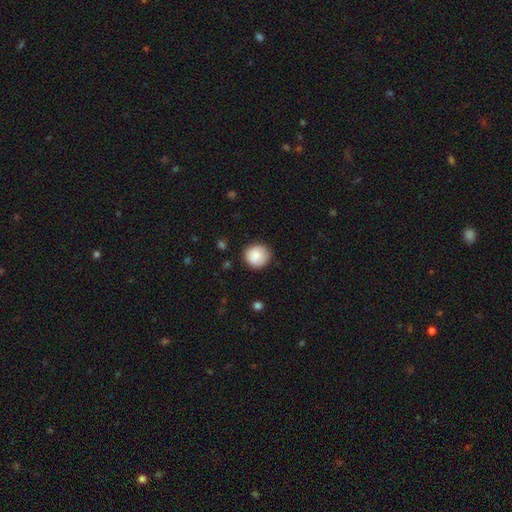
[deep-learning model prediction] smooth-or-featured: smooth: 87% | star or artifact: 8% | featured or disk: 6%
  how-rounded: round: 93% | in between: 7% | cigar-shaped: 1%
  merging: none: 86% | minor disturbance: 10% | major disturbance: 2% | merger: 1%